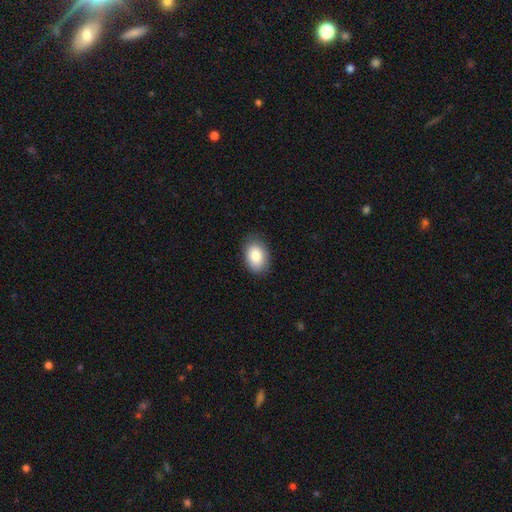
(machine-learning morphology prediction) Smooth or featured?
  - smooth: 85% *
  - featured or disk: 8%
  - star or artifact: 7%
How rounded?
  - in between: 84% *
  - round: 15%
  - cigar-shaped: 1%
Merging?
  - none: 85% *
  - minor disturbance: 12%
  - major disturbance: 2%
  - merger: 1%